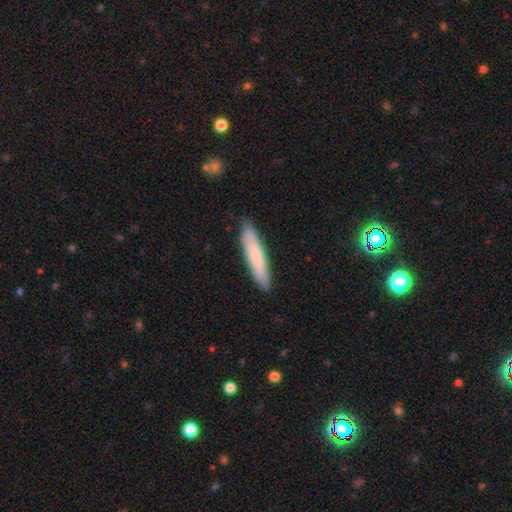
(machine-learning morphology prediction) Smooth or featured: smooth — 74% (featured or disk — 20%)
How rounded: cigar-shaped — 88% (in between — 11%)
Merging: none — 88% (minor disturbance — 9%)